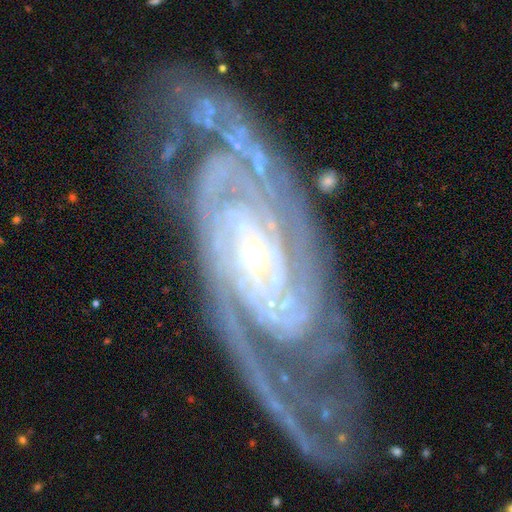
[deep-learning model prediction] Smooth or featured? Predicted: featured or disk (p=0.92). Edge-on disk? Predicted: no (p=0.94). Bar? Predicted: no (p=0.53). Spiral arms? Predicted: yes (p=0.98). Spiral winding? Predicted: tight (p=0.70). Spiral arm count? Predicted: 2 (p=0.37). Bulge size? Predicted: small (p=0.66). Merging? Predicted: none (p=0.68).